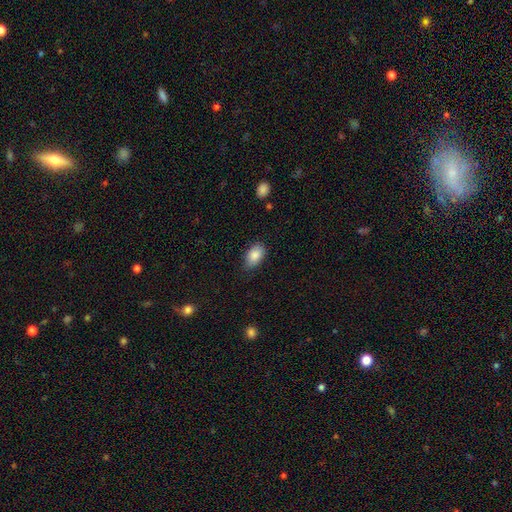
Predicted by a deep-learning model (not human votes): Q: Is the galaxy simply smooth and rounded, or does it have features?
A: smooth — 86%.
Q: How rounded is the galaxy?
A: in between — 89%.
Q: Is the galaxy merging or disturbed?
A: none — 77%.